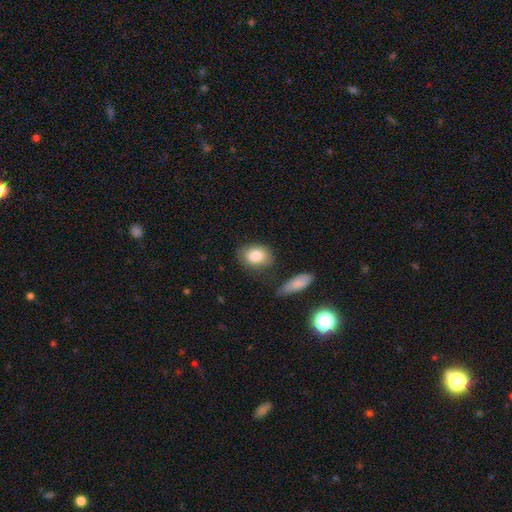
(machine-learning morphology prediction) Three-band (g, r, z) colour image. It shows a smooth galaxy with no disk features (86%) that is in between round and cigar-shaped (71%). Merging: none (69%).